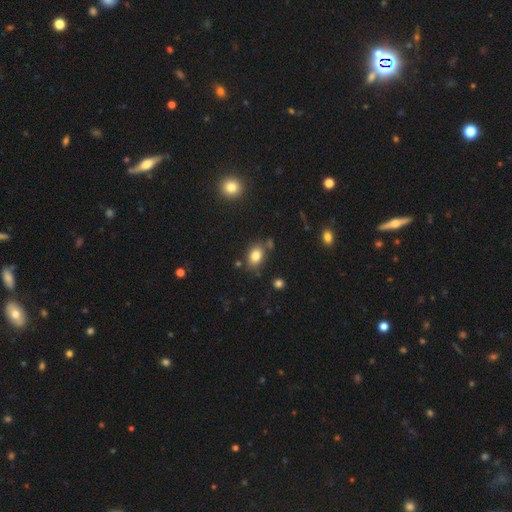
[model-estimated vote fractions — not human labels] smooth_or_featured: smooth (p=0.81) [alt: star or artifact p=0.10]
how_rounded: in between (p=0.77) [alt: round p=0.22]
merging: none (p=0.76) [alt: minor disturbance p=0.13]